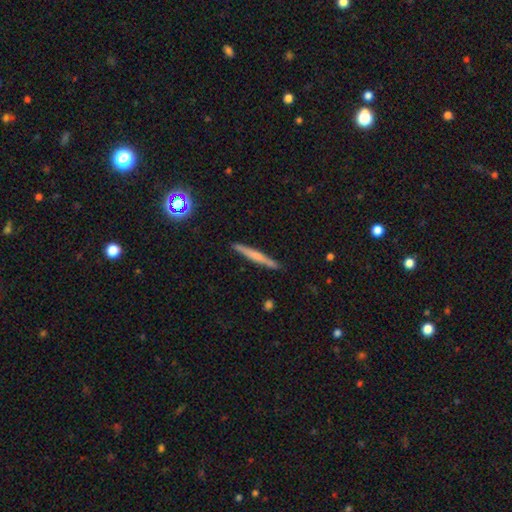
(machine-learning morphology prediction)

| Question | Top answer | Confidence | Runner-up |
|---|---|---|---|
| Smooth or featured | smooth | 48% | featured or disk (44%) |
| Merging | none | 89% | minor disturbance (8%) |